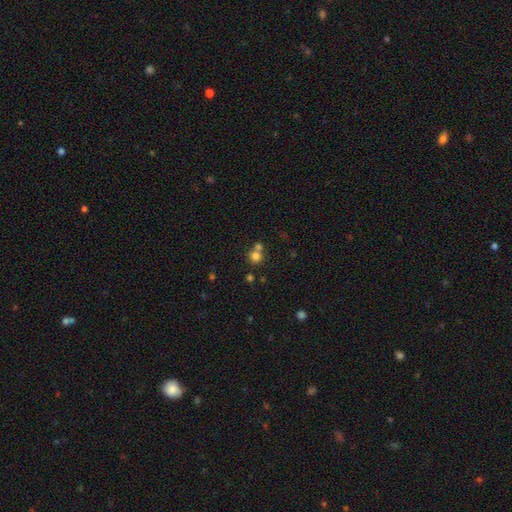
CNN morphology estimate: type=smooth (76%); roundness=round (89%); merging=none (54%).